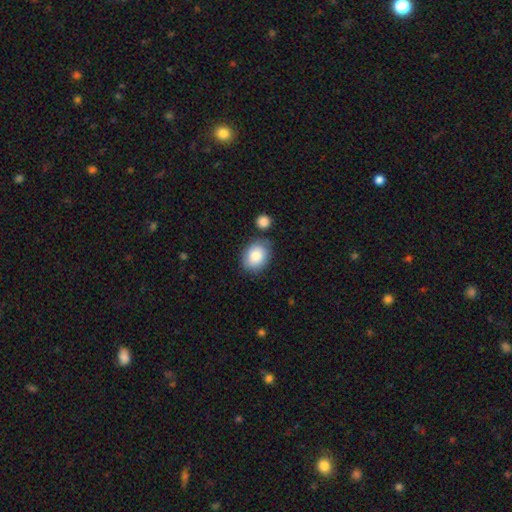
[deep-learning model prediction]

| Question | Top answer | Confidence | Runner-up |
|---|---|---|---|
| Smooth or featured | smooth | 85% | featured or disk (9%) |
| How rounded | in between | 58% | round (41%) |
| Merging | none | 73% | minor disturbance (15%) |